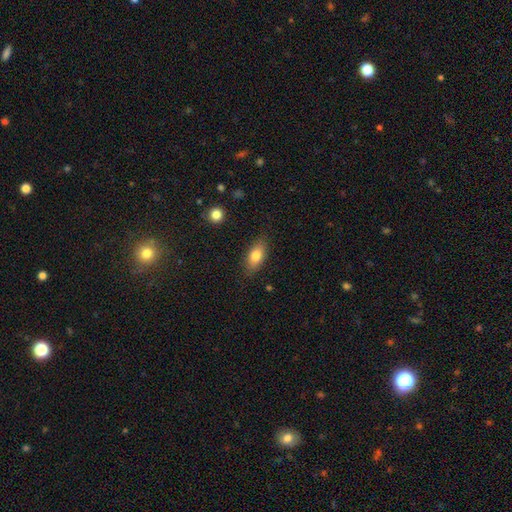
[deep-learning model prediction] Smooth or featured?
  - smooth: 79% *
  - featured or disk: 14%
  - star or artifact: 7%
How rounded?
  - in between: 87% *
  - cigar-shaped: 8%
  - round: 5%
Merging?
  - none: 84% *
  - minor disturbance: 12%
  - major disturbance: 3%
  - merger: 1%